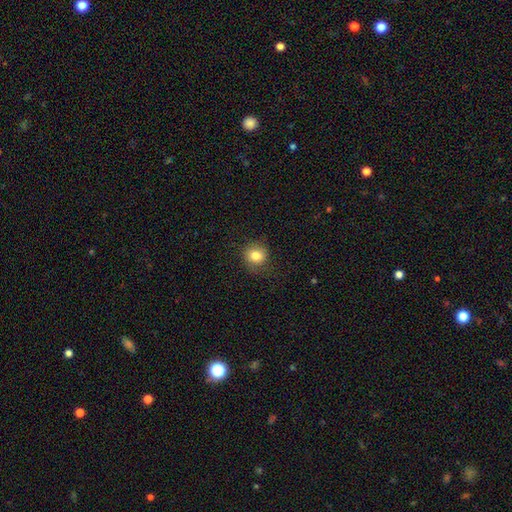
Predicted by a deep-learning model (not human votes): Smooth or featured? smooth (81%)
How rounded? round (87%)
Merging? none (82%)